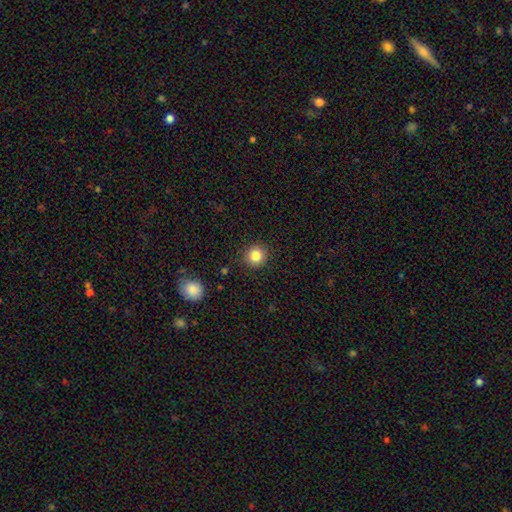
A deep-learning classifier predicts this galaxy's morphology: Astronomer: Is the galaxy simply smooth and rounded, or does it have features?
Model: smooth — 84%.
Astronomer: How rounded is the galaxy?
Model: round — 93%.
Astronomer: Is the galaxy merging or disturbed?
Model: none — 90%.